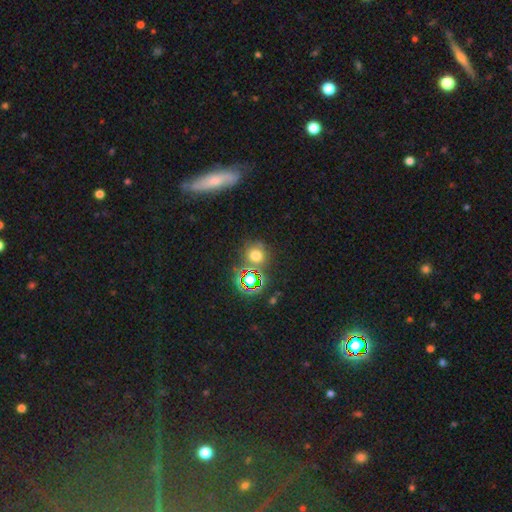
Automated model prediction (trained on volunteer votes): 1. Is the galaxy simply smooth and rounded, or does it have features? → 57% smooth, 33% star or artifact, 9% featured or disk.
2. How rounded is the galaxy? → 86% round, 13% in between, 1% cigar-shaped.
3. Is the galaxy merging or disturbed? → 73% none, 11% minor disturbance, 11% merger, 5% major disturbance.